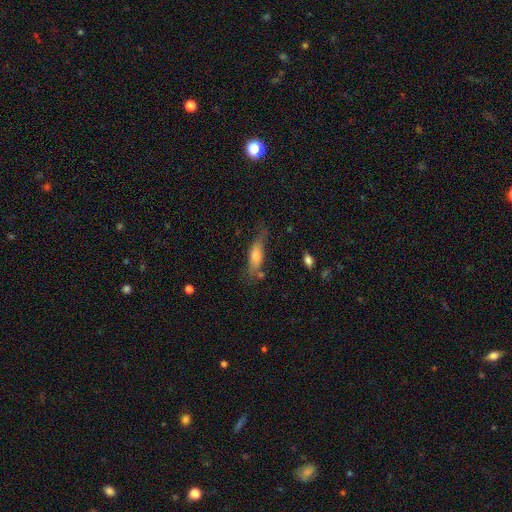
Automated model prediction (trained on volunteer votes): Smooth or featured? Predicted: smooth (p=0.61). How rounded? Predicted: cigar-shaped (p=0.55). Merging? Predicted: none (p=0.64).